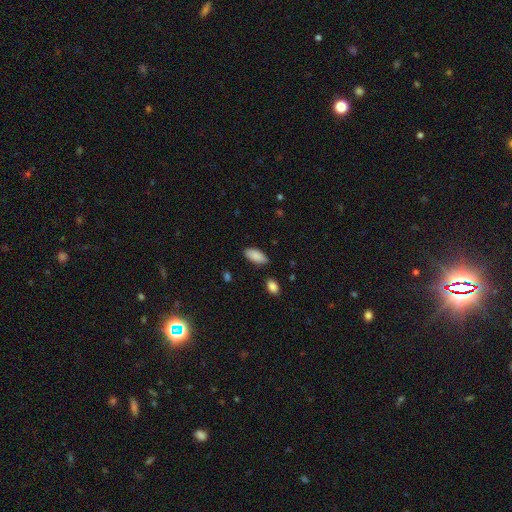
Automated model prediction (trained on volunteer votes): Morphology: type=smooth (89%); roundness=in between (92%); merging=none (83%).